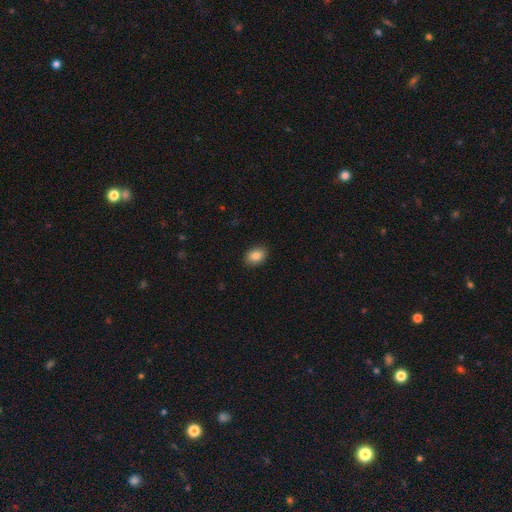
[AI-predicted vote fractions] Smooth or featured?
  - smooth: 86% *
  - star or artifact: 8%
  - featured or disk: 6%
How rounded?
  - in between: 77% *
  - round: 22%
  - cigar-shaped: 1%
Merging?
  - none: 89% *
  - minor disturbance: 8%
  - major disturbance: 2%
  - merger: 1%